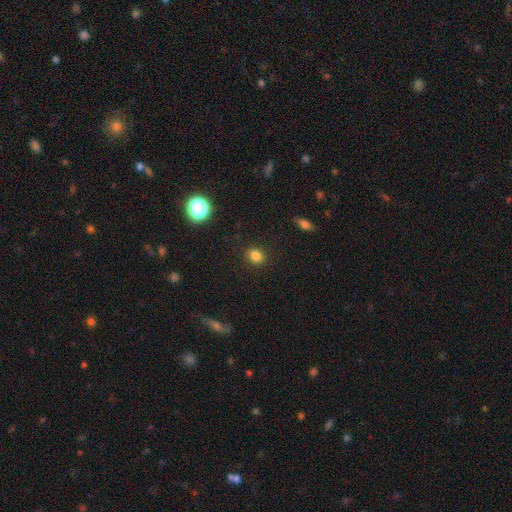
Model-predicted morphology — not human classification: type=smooth (82%); roundness=in between (50%); merging=none (89%).